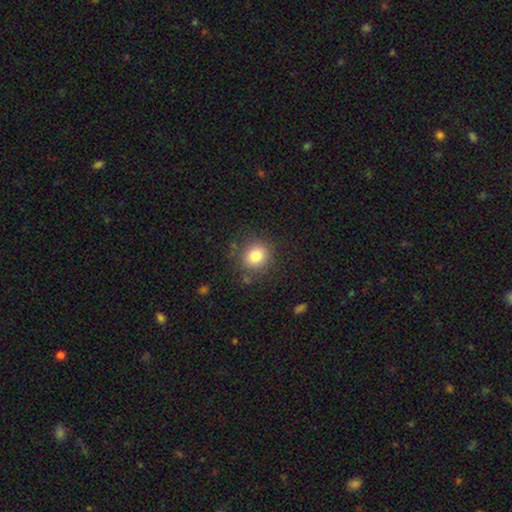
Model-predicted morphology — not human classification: A smooth galaxy with no disk features (81%) that is round (83%).

Vote fractions:
- Smooth or featured? smooth: 81% / star or artifact: 11% / featured or disk: 8%
- How rounded? round: 83% / in between: 16% / cigar-shaped: 1%
- Merging? none: 83% / minor disturbance: 11% / major disturbance: 4% / merger: 2%